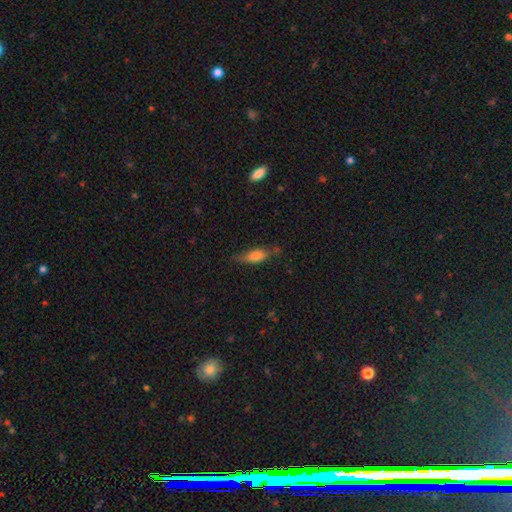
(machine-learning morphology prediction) smooth_or_featured: smooth (p=0.69) [alt: featured or disk p=0.23]
how_rounded: in between (p=0.66) [alt: cigar-shaped p=0.31]
merging: none (p=0.63) [alt: minor disturbance p=0.26]